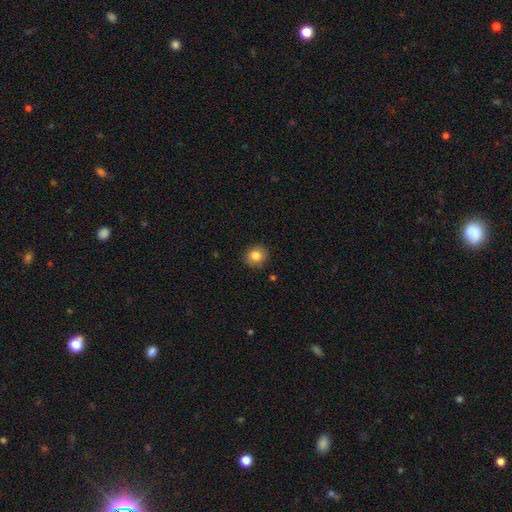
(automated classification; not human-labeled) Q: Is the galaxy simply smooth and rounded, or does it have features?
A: smooth — 83%.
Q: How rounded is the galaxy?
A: round — 86%.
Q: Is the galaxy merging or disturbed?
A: none — 87%.